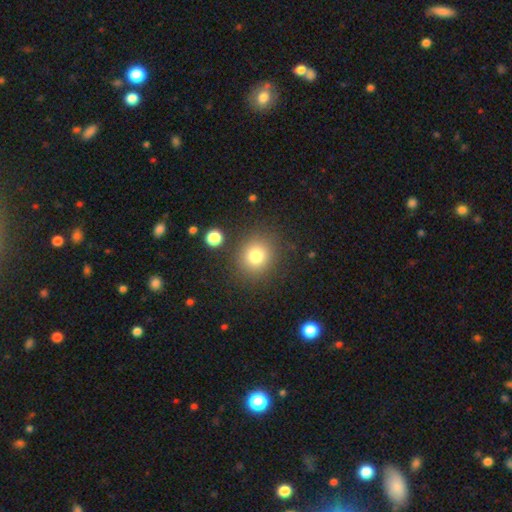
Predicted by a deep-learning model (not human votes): Morphology: type=smooth (78%); roundness=round (86%); merging=none (85%).